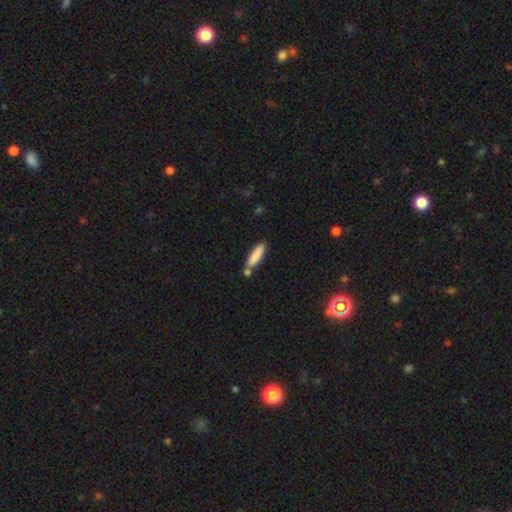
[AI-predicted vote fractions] Smooth or featured? smooth (83%)
How rounded? cigar-shaped (71%)
Merging? none (67%)